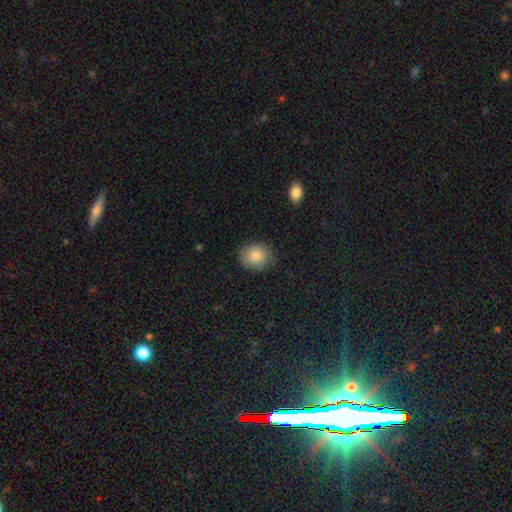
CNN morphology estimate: A smooth galaxy with no disk features (87%) that is round (63%). Merging: none (84%).